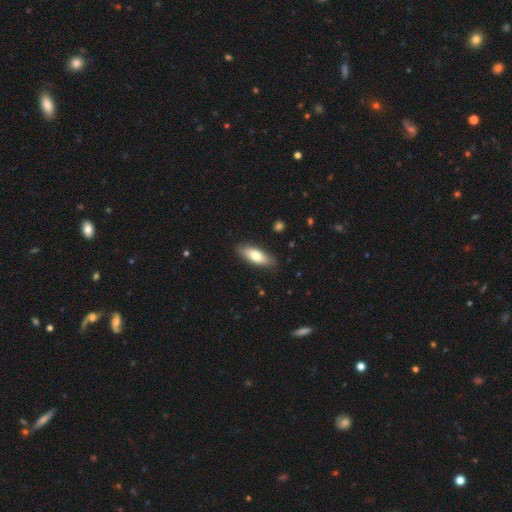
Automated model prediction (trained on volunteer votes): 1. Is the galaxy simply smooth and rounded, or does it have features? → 74% smooth, 20% featured or disk, 6% star or artifact.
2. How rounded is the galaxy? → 67% in between, 31% cigar-shaped, 2% round.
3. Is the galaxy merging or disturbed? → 87% none, 10% minor disturbance, 2% major disturbance, 1% merger.